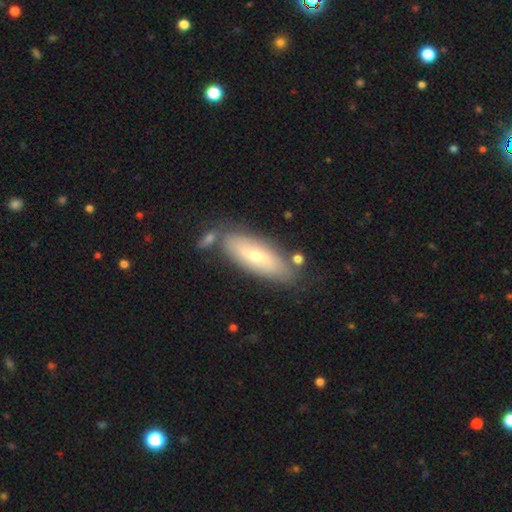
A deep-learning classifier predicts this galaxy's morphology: The model was most divided on "smooth or featured": featured or disk: 50%, smooth: 44%, star or artifact: 6%. More confident: merging — none (71%).